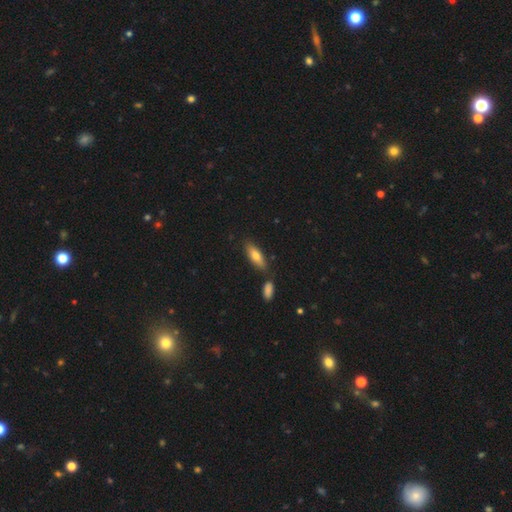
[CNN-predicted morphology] smooth 71%, featured or disk 23%, star or artifact 6%. Down the decision tree: how rounded — in between (55%); merging — none (75%).